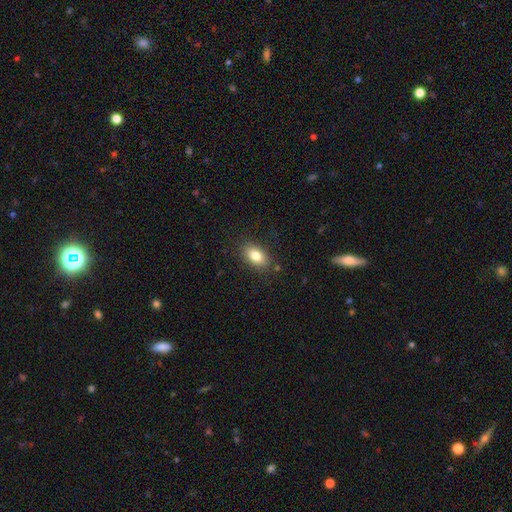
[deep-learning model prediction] A smooth galaxy with no disk features (81%) that is in between round and cigar-shaped (88%). Merging: none (85%).